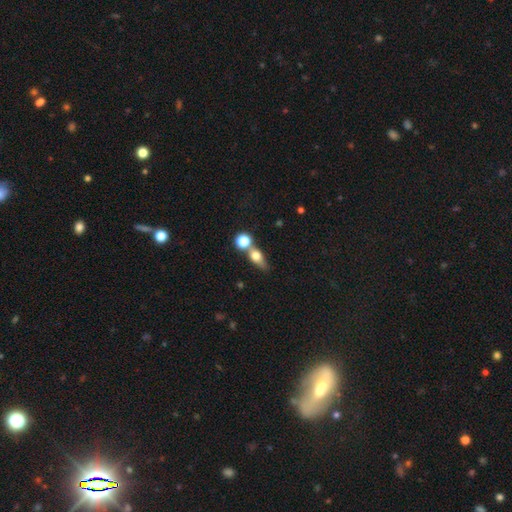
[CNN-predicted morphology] smooth-or-featured: smooth: 65% | featured or disk: 23% | star or artifact: 11%
  how-rounded: in between: 47% | round: 35% | cigar-shaped: 19%
  merging: none: 44% | merger: 38% | minor disturbance: 12% | major disturbance: 6%